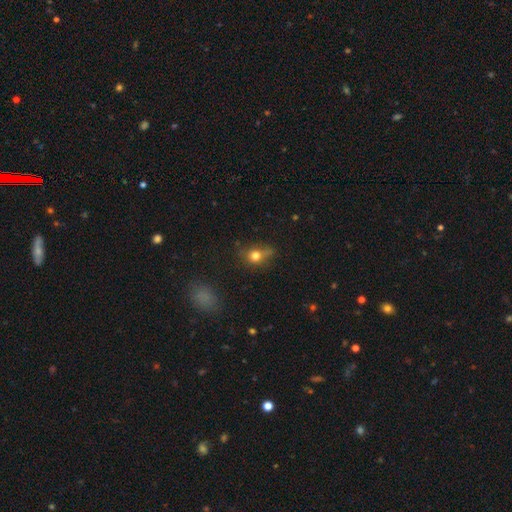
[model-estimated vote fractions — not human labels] smooth_or_featured: smooth (p=0.72) [alt: star or artifact p=0.15]
how_rounded: round (p=0.59) [alt: in between p=0.37]
merging: none (p=0.53) [alt: minor disturbance p=0.27]